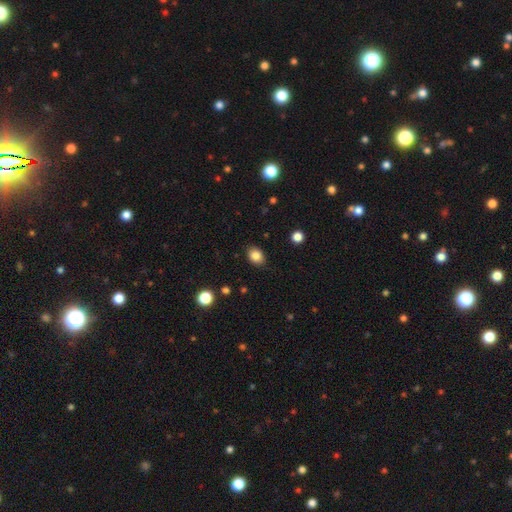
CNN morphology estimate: Smooth or featured? Predicted: smooth (p=0.85). How rounded? Predicted: in between (p=0.60). Merging? Predicted: none (p=0.86).